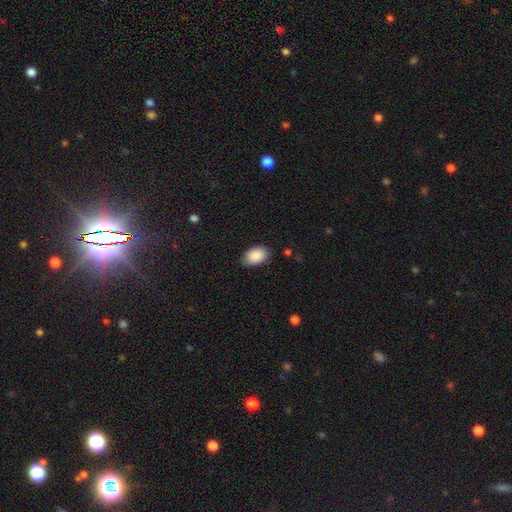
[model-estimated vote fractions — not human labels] This appears to be a smooth galaxy with no disk features (90%) that is in between round and cigar-shaped (87%). Merging: none (84%).